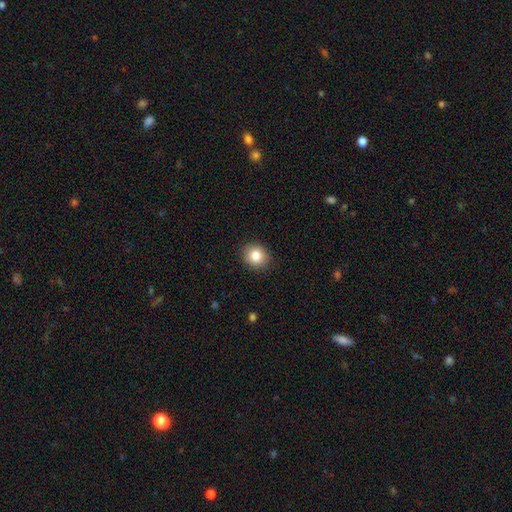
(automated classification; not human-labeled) This appears to be a smooth galaxy with no disk features (83%) that is round (75%). Merging: none (90%).